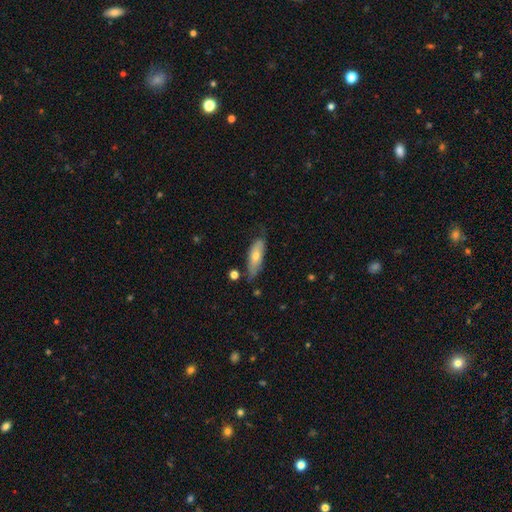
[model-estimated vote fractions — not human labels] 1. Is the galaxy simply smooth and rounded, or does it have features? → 60% smooth, 34% featured or disk, 6% star or artifact.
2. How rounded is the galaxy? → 64% in between, 33% cigar-shaped, 2% round.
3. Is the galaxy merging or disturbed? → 61% none, 29% minor disturbance, 6% major disturbance, 3% merger.